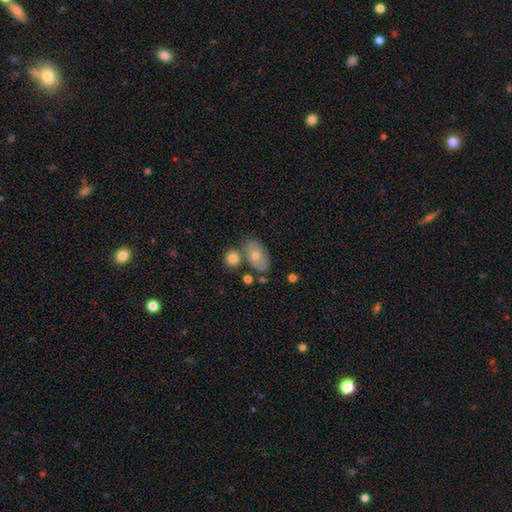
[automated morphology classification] Smooth or featured?
  - smooth: 71% *
  - featured or disk: 22%
  - star or artifact: 7%
How rounded?
  - in between: 89% *
  - round: 9%
  - cigar-shaped: 2%
Merging?
  - none: 59% *
  - merger: 18%
  - minor disturbance: 17%
  - major disturbance: 5%